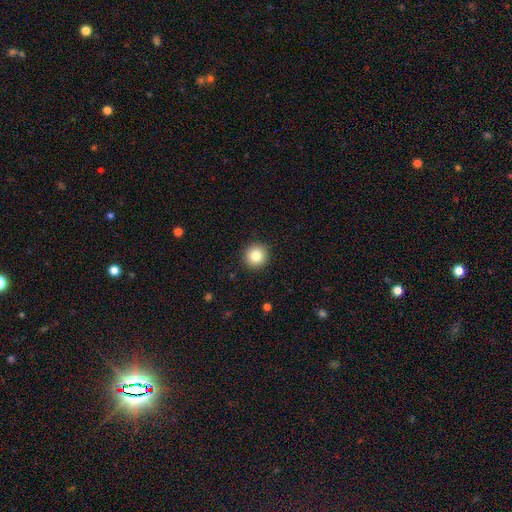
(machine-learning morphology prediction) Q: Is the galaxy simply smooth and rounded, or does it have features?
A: smooth — 83%.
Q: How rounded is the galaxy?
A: round — 94%.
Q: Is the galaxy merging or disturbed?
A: none — 92%.